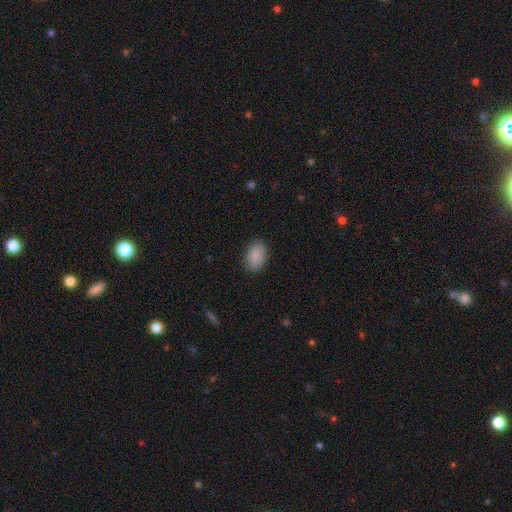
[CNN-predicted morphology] Overall: smooth (89%). How rounded: in between (89%). Merging: none (87%).